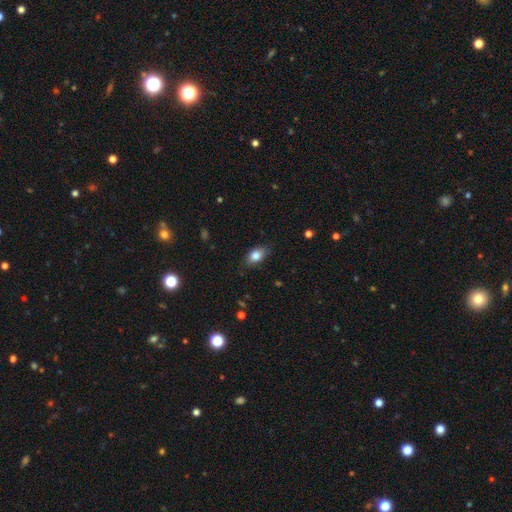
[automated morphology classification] Smooth or featured?
  - smooth: 81% *
  - featured or disk: 11%
  - star or artifact: 8%
How rounded?
  - in between: 86% *
  - round: 10%
  - cigar-shaped: 4%
Merging?
  - none: 80% *
  - minor disturbance: 16%
  - major disturbance: 3%
  - merger: 1%